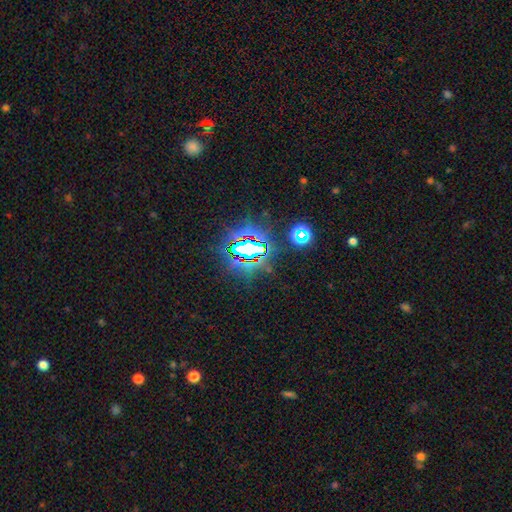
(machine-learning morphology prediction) Smooth or featured?
  - star or artifact: 77% *
  - smooth: 13%
  - featured or disk: 10%